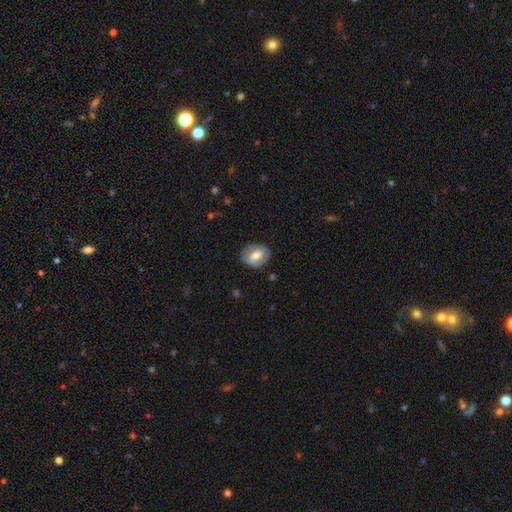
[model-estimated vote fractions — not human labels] smooth_or_featured: featured or disk (p=0.51) [alt: smooth p=0.43]
disk_edge_on: no (p=0.95) [alt: yes p=0.05]
merging: none (p=0.78) [alt: minor disturbance p=0.15]